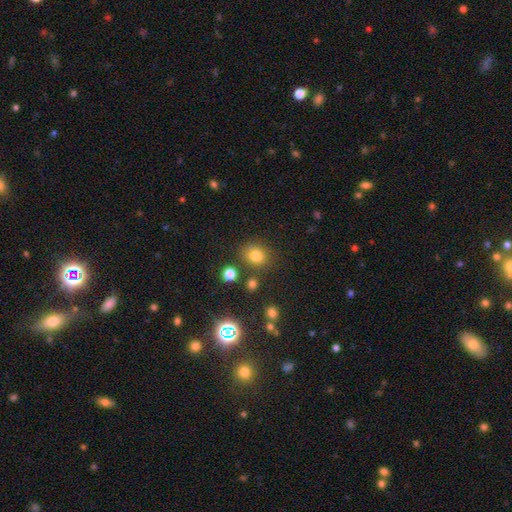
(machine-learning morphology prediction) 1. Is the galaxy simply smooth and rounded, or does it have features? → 78% smooth, 16% star or artifact, 7% featured or disk.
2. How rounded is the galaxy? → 73% round, 26% in between, 1% cigar-shaped.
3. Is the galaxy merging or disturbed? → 79% none, 11% minor disturbance, 6% merger, 4% major disturbance.